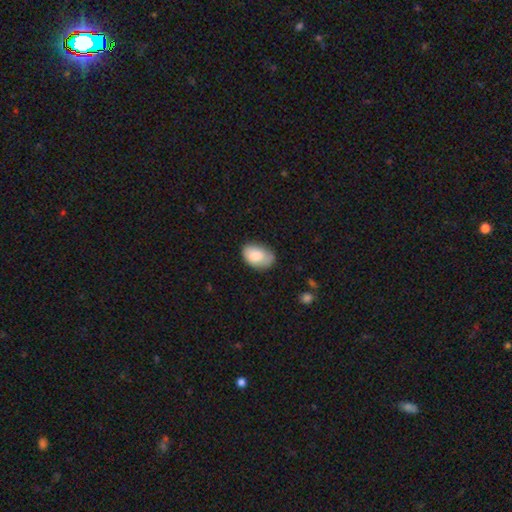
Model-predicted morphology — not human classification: Smooth or featured? smooth (82%)
How rounded? in between (86%)
Merging? none (66%)